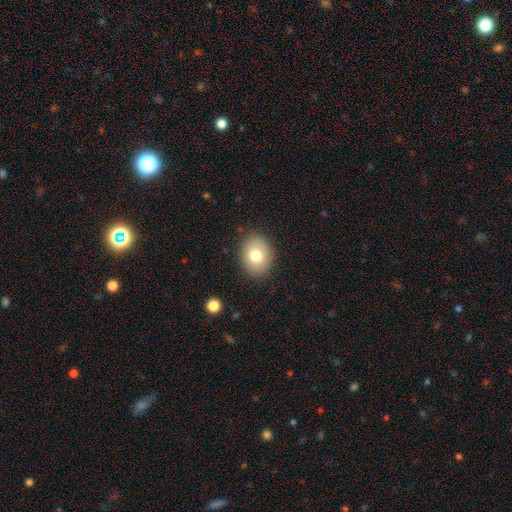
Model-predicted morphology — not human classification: The model was most divided on "how rounded": in between: 56%, round: 44%, cigar-shaped: 1%. More confident: merging — none (86%); smooth or featured — smooth (76%).